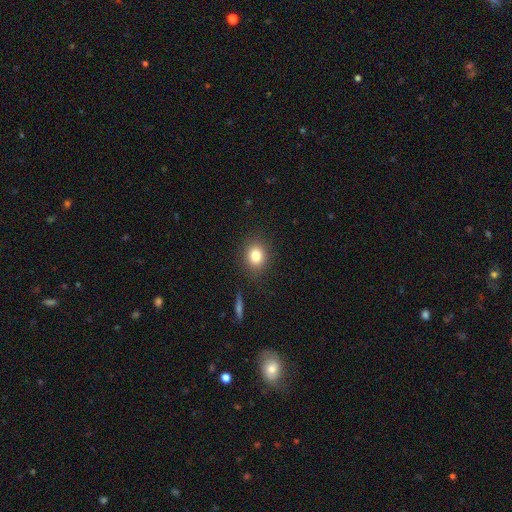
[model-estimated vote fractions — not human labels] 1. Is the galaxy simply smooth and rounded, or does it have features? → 81% smooth, 11% star or artifact, 8% featured or disk.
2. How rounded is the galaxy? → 65% round, 33% in between, 1% cigar-shaped.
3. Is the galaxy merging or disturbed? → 87% none, 8% minor disturbance, 3% major disturbance, 1% merger.